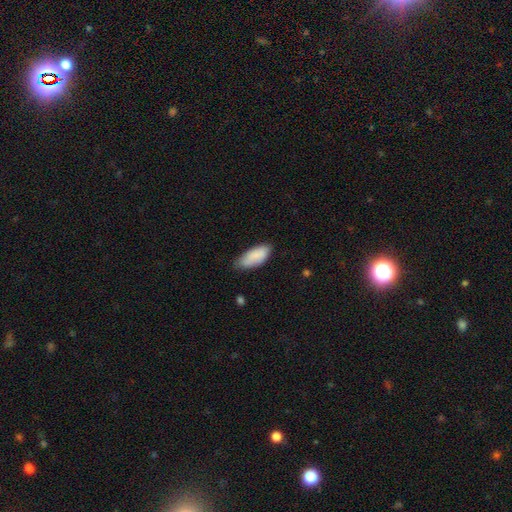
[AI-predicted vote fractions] Smooth or featured? Predicted: smooth (p=0.86). How rounded? Predicted: in between (p=0.87). Merging? Predicted: none (p=0.64).